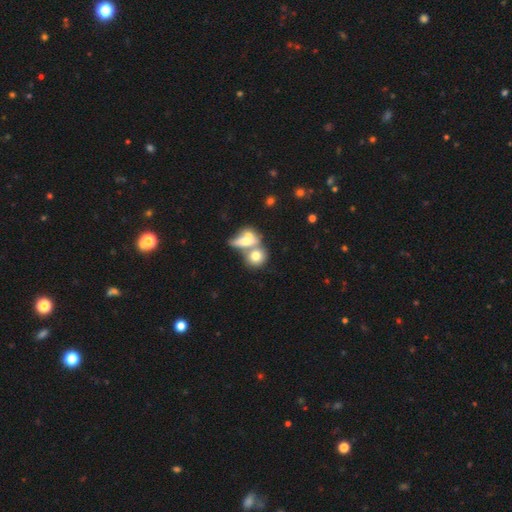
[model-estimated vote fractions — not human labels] Smooth or featured? smooth (69%)
How rounded? round (60%)
Merging? merger (60%)